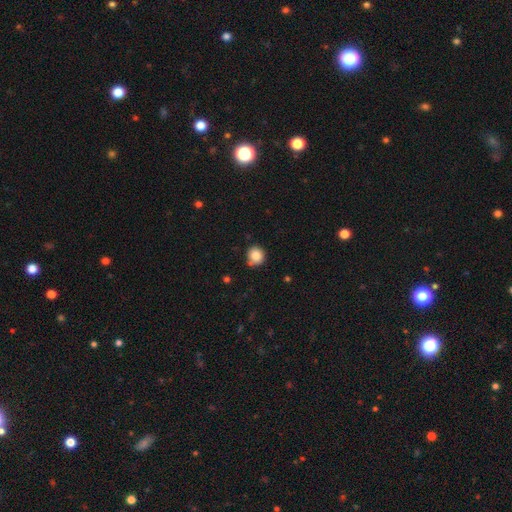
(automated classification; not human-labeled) Overall: smooth (84%). How rounded: round (89%). Merging: none (76%).